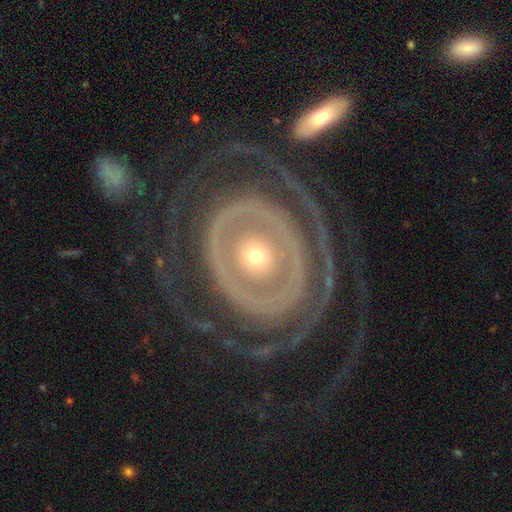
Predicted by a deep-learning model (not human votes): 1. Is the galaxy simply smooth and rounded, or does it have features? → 82% featured or disk, 12% smooth, 5% star or artifact.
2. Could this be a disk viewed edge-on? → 96% no, 4% yes.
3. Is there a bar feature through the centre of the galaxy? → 84% no, 9% weak, 7% strong.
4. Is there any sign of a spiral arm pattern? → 62% yes, 38% no.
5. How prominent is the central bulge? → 51% small, 42% moderate, 4% large, 2% dominant, 1% none.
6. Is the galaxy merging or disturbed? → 63% none, 20% major disturbance, 15% minor disturbance, 2% merger.